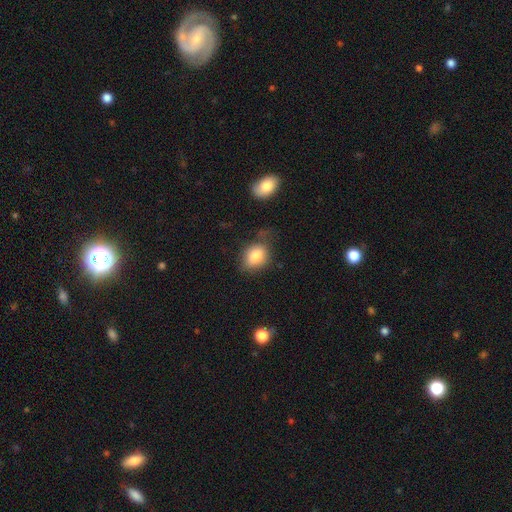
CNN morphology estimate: Smooth or featured: smooth — 83% (star or artifact — 9%)
How rounded: in between — 59% (round — 40%)
Merging: none — 63% (minor disturbance — 24%)